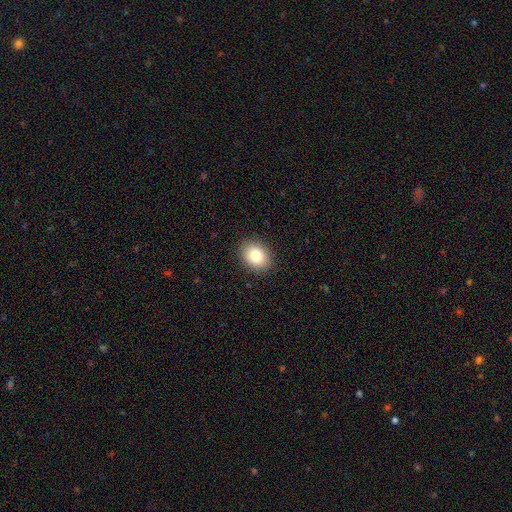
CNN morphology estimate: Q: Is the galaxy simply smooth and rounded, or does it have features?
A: smooth — 83%.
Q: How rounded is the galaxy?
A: in between — 57%.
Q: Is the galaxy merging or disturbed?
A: none — 90%.